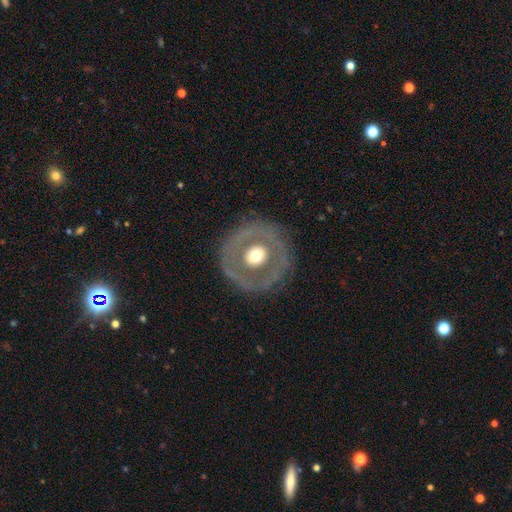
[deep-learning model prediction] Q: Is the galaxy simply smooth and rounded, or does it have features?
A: featured or disk — 61%.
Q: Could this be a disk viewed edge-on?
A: no — 92%.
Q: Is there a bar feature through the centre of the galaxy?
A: no — 71%.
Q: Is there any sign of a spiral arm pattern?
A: no — 85%.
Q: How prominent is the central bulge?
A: moderate — 71%.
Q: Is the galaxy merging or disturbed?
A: none — 86%.